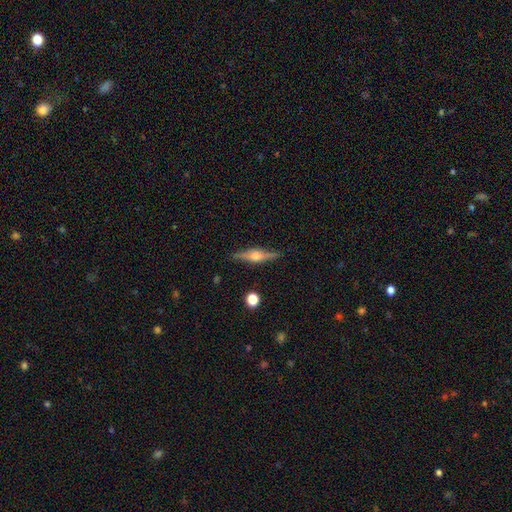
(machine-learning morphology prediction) A featured or disk galaxy (76%) viewed edge-on (97%) with a rounded central bulge (90%).

Vote fractions:
- Smooth or featured? featured or disk: 76% / smooth: 18% / star or artifact: 7%
- Edge-on disk? yes: 97% / no: 3%
- Edge-on bulge? rounded: 90% / boxy: 8% / none: 2%
- Merging? none: 88% / minor disturbance: 9% / major disturbance: 2% / merger: 1%